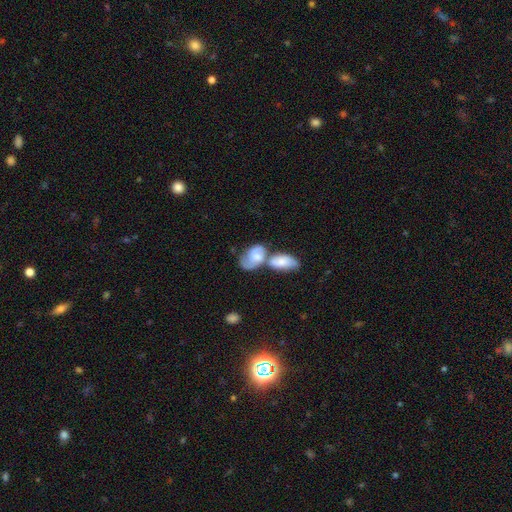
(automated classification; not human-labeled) The model was most divided on "smooth or featured": featured or disk: 49%, smooth: 45%, star or artifact: 7%. More confident: merging — merger (62%).